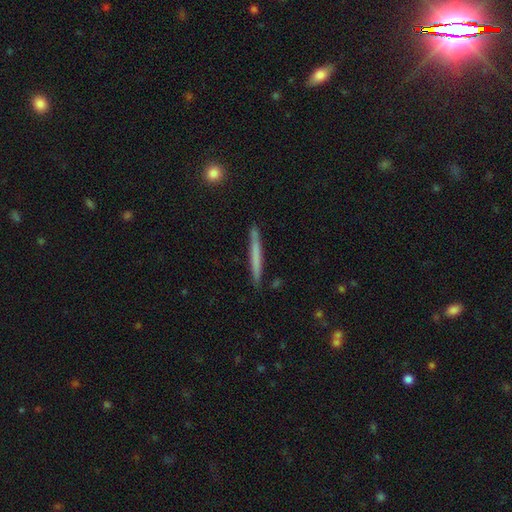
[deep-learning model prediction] smooth_or_featured: smooth (p=0.60) [alt: featured or disk p=0.35]
how_rounded: cigar-shaped (p=0.97) [alt: in between p=0.02]
merging: none (p=0.88) [alt: minor disturbance p=0.09]